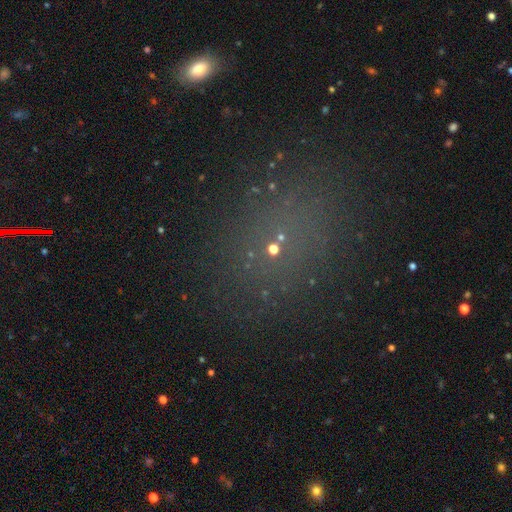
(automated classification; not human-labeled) This appears to be a star or artifact, not a galaxy (47%).